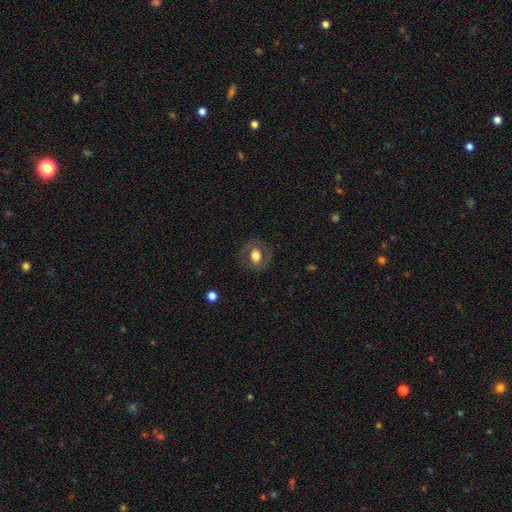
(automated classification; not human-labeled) smooth-or-featured: smooth: 59% | featured or disk: 32% | star or artifact: 8%
  how-rounded: round: 54% | in between: 45% | cigar-shaped: 1%
  merging: none: 80% | minor disturbance: 12% | major disturbance: 7% | merger: 1%